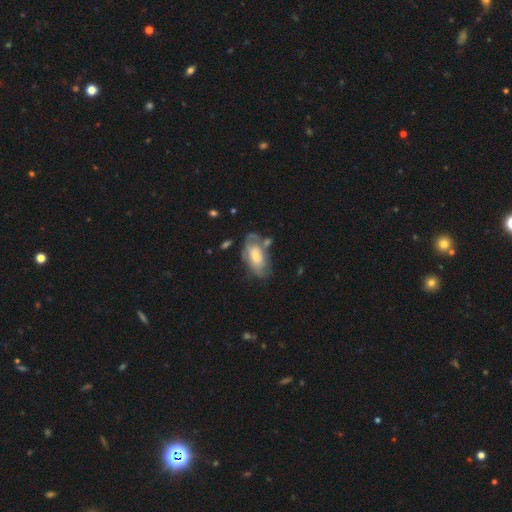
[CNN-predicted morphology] Smooth or featured: featured or disk — 51% (smooth — 43%)
Edge-on disk: no — 92% (yes — 8%)
Merging: none — 46% (minor disturbance — 26%)